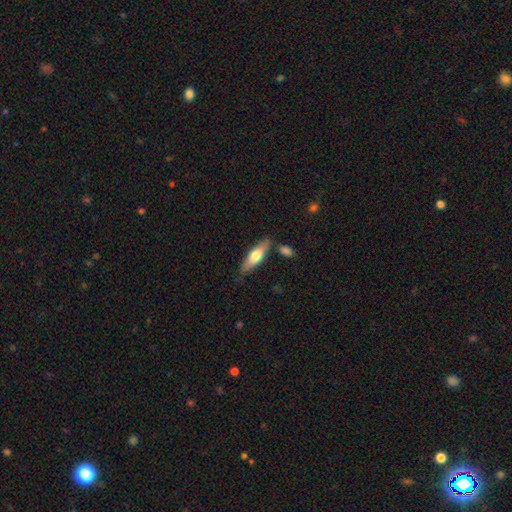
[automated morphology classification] This appears to be a smooth galaxy with no disk features (58%) that is cigar-shaped (53%). Merging: none (77%).